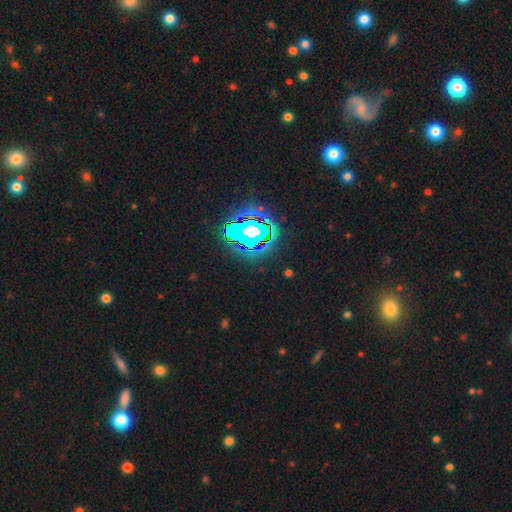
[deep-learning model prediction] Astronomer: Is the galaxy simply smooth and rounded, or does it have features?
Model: star or artifact — 76%.